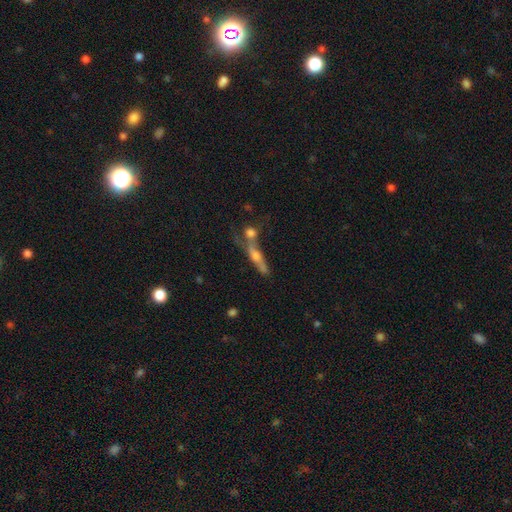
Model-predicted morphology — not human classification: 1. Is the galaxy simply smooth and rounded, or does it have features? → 58% featured or disk, 27% smooth, 15% star or artifact.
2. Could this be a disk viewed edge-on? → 77% yes, 23% no.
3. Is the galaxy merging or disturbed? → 41% none, 37% merger, 13% minor disturbance, 9% major disturbance.